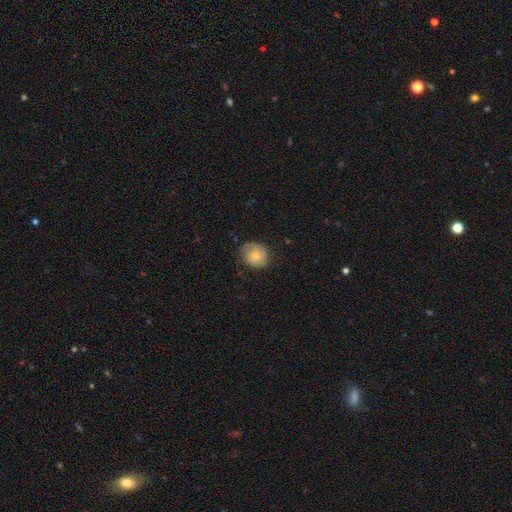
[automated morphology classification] Smooth or featured?
  - smooth: 56% *
  - featured or disk: 36%
  - star or artifact: 8%
How rounded?
  - round: 79% *
  - in between: 20%
  - cigar-shaped: 1%
Merging?
  - none: 68% *
  - minor disturbance: 24%
  - major disturbance: 7%
  - merger: 1%